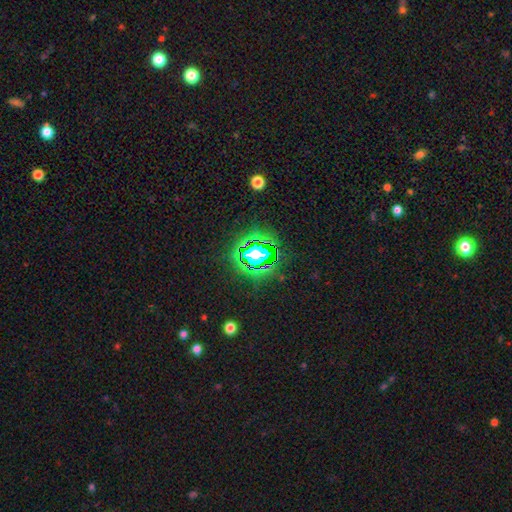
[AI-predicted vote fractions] A star or artifact, not a galaxy (82%).